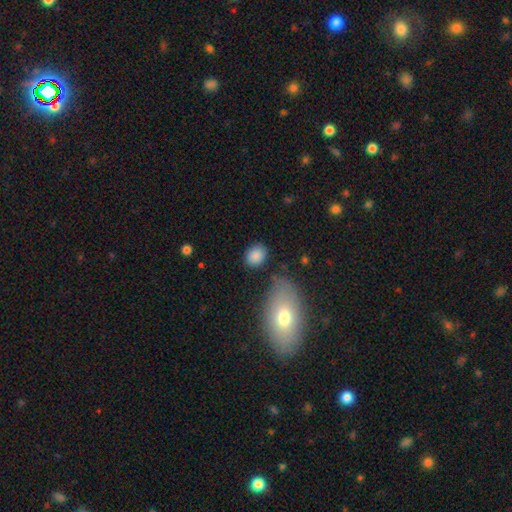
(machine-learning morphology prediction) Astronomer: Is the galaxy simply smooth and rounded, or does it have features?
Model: smooth — 86%.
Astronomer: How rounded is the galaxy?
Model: round — 52% (runner-up: in between, 46%).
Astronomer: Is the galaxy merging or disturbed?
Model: none — 80%.